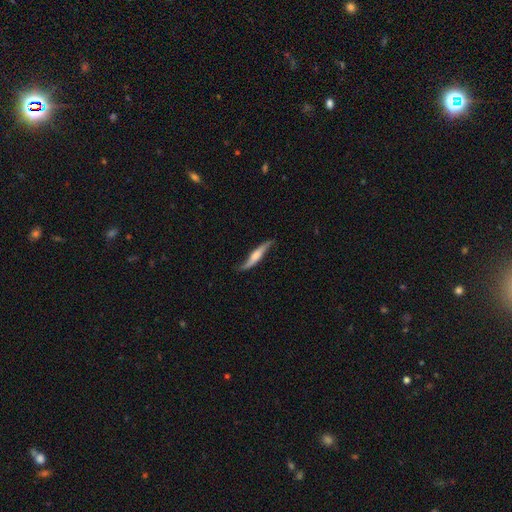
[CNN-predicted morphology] Overall: featured or disk (67%; smooth 28%). Edge-on disk: yes (59%; no 41%). Merging: none (68%).